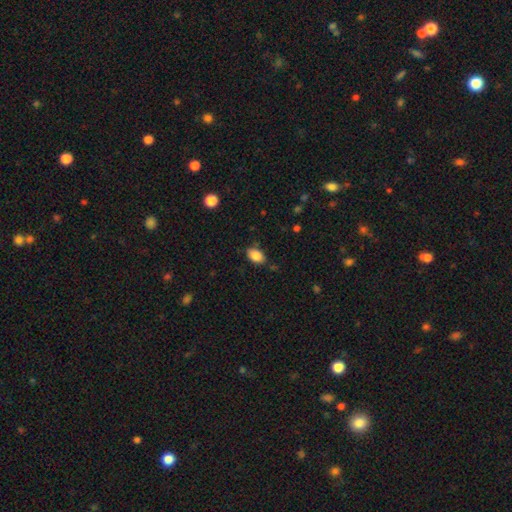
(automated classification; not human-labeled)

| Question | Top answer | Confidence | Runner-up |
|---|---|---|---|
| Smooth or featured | smooth | 87% | star or artifact (8%) |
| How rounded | in between | 88% | round (11%) |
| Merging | none | 79% | minor disturbance (16%) |